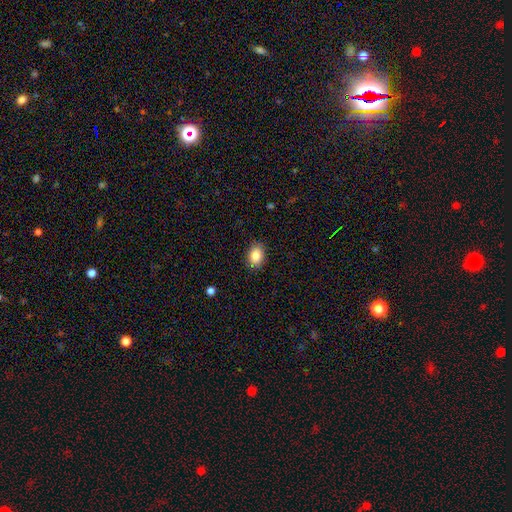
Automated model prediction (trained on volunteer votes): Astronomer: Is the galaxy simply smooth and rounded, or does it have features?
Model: smooth — 85%.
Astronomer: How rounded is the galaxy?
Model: in between — 77%.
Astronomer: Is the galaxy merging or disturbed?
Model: none — 86%.